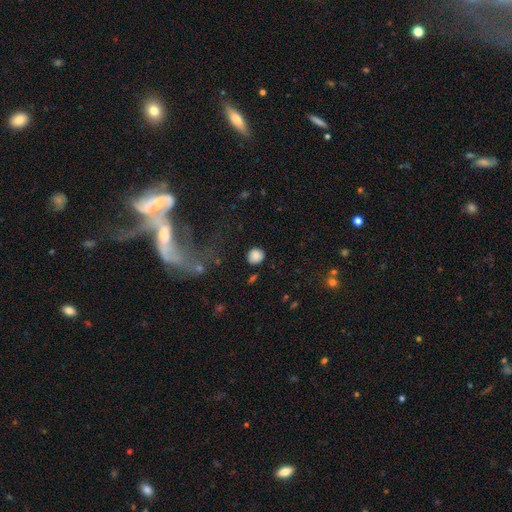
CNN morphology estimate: smooth-or-featured: smooth: 84% | star or artifact: 10% | featured or disk: 6%
  how-rounded: round: 88% | in between: 11% | cigar-shaped: 1%
  merging: none: 85% | minor disturbance: 10% | major disturbance: 3% | merger: 2%